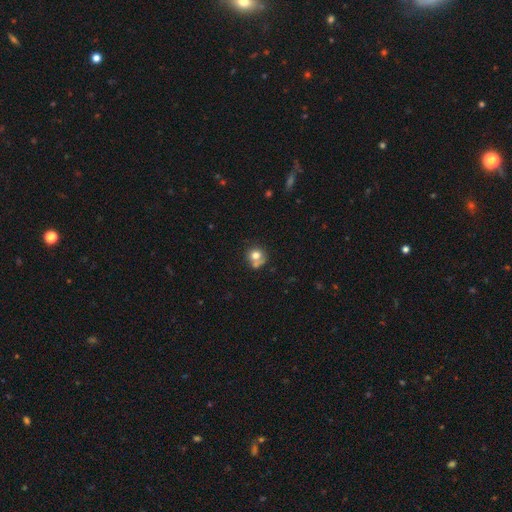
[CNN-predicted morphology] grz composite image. It shows a smooth galaxy with no disk features (73%) that is round (83%). Merging: none (47%).